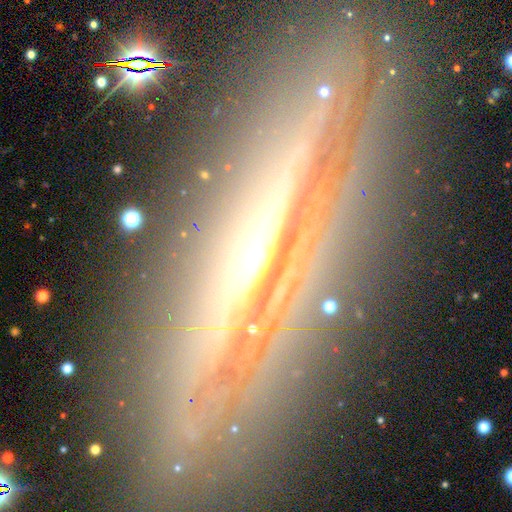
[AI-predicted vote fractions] Morphology: type=featured or disk (72%); edge-on=yes (76%); edge-on bulge=rounded (78%); merging=none (79%).